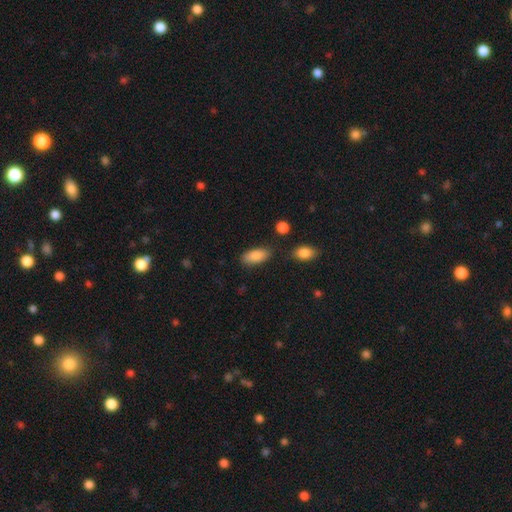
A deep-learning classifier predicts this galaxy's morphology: smooth_or_featured: smooth (p=0.86) [alt: featured or disk p=0.07]
how_rounded: in between (p=0.88) [alt: cigar-shaped p=0.09]
merging: none (p=0.78) [alt: minor disturbance p=0.14]